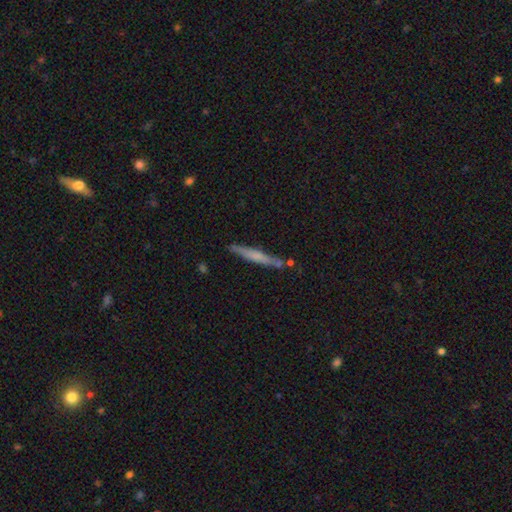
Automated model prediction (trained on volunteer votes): Smooth or featured? Predicted: smooth (p=0.53). How rounded? Predicted: cigar-shaped (p=0.95). Merging? Predicted: none (p=0.79).